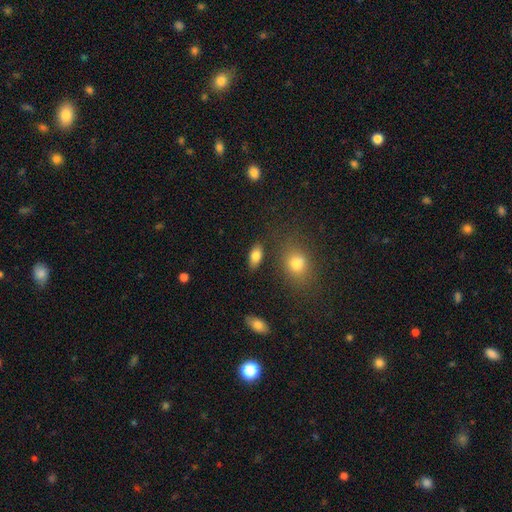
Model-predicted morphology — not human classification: Smooth or featured? Predicted: smooth (p=0.81). How rounded? Predicted: in between (p=0.89). Merging? Predicted: none (p=0.81).